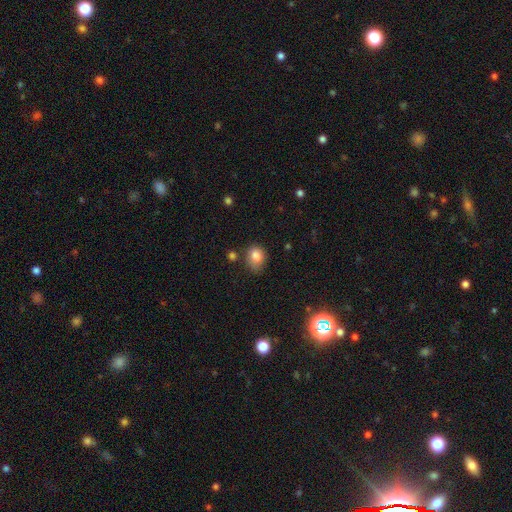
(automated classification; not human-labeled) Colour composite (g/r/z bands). It shows a smooth galaxy with no disk features (82%) that is in between round and cigar-shaped (53%). Merging: none (55%).